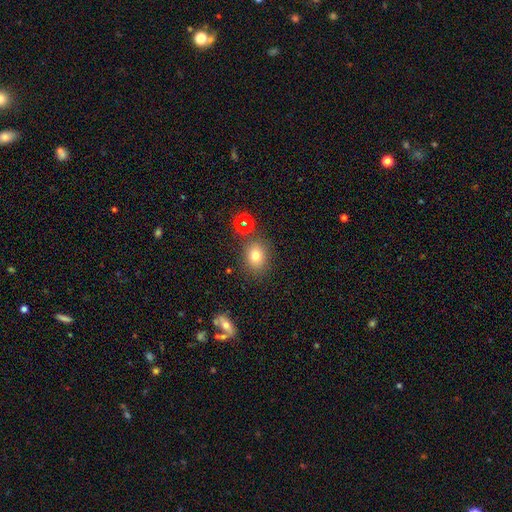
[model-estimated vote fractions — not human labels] Overall: smooth (74%). How rounded: round (60%; in between 39%). Merging: none (81%).